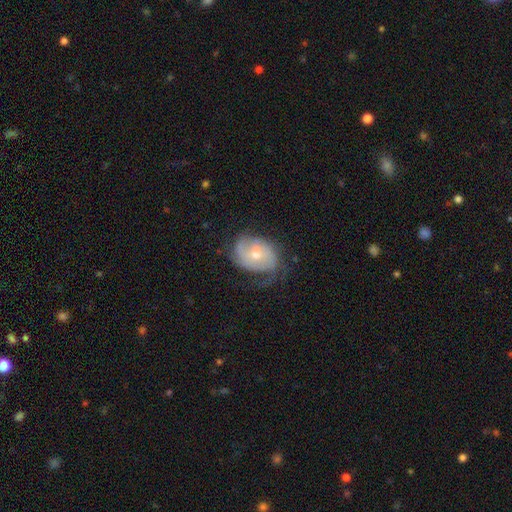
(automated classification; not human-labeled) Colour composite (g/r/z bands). It shows a featured or disk galaxy (72%) with no bar (53%), 2 (46%) tight (44%) spiral arms (87%) and a moderate central bulge (57%). Merging: none (56%).